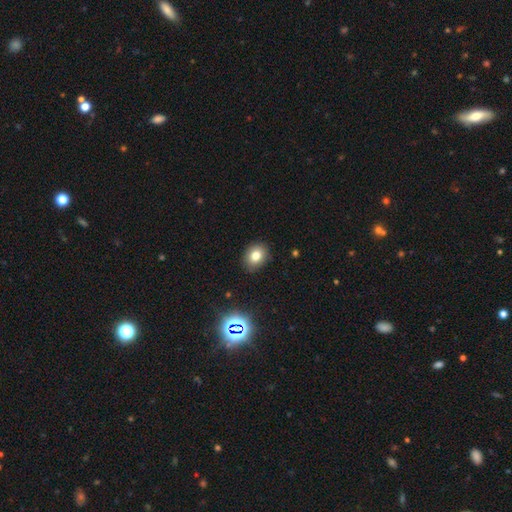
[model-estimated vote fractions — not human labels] A smooth galaxy with no disk features (78%) that is in between round and cigar-shaped (51%). Merging: none (88%).